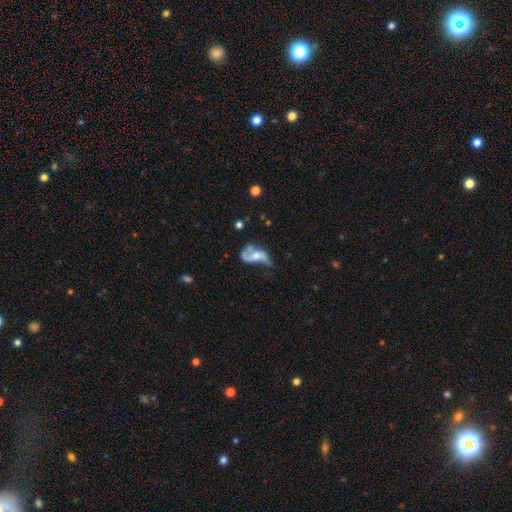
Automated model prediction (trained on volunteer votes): Q: Smooth or featured?
A: featured or disk (66%); runner-up: smooth (26%)
Q: Edge-on disk?
A: no (95%); runner-up: yes (5%)
Q: Bar?
A: no (59%); runner-up: weak (31%)
Q: Spiral arms?
A: yes (73%); runner-up: no (27%)
Q: Bulge size?
A: moderate (44%); runner-up: small (34%)
Q: Merging?
A: major disturbance (38%); runner-up: none (26%)